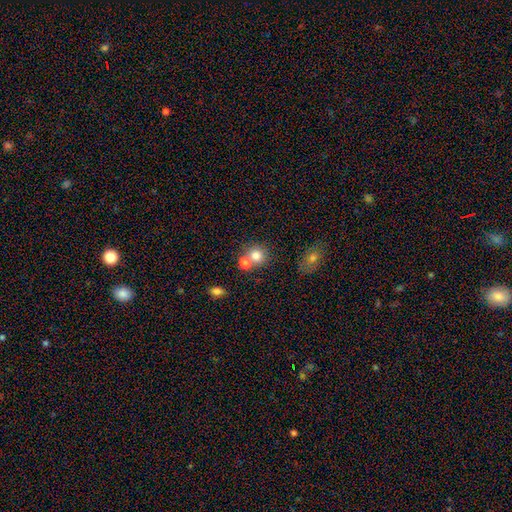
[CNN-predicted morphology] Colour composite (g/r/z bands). It shows a smooth galaxy with no disk features (79%) that is round (83%). Merging: none (48%).